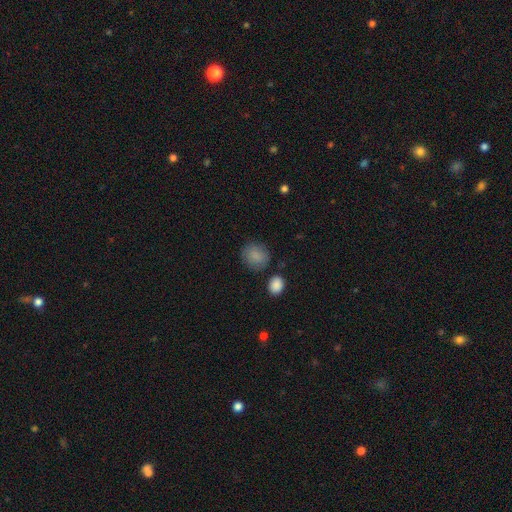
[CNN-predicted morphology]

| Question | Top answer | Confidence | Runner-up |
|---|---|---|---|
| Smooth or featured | smooth | 87% | star or artifact (8%) |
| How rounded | round | 75% | in between (24%) |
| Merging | none | 79% | minor disturbance (13%) |